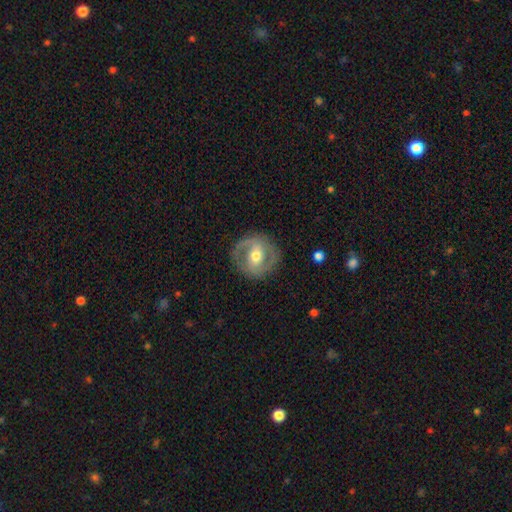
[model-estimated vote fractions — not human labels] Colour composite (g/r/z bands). It shows a featured or disk galaxy (73%) with a weak bar (42%), 2 (82%) medium (45%) spiral arms (74%) and a moderate central bulge (71%). Merging: none (83%).